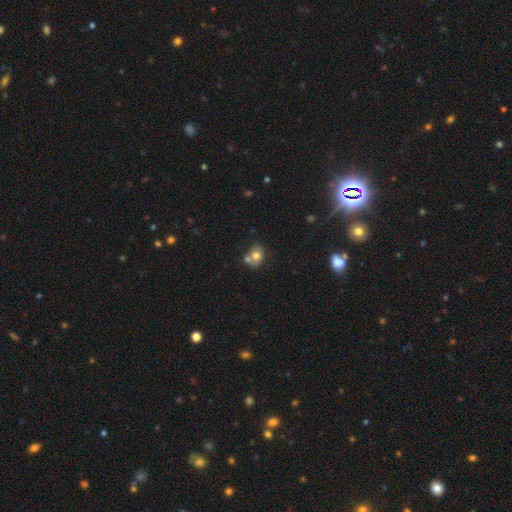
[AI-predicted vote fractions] Smooth or featured?
  - smooth: 69% *
  - featured or disk: 20%
  - star or artifact: 10%
How rounded?
  - round: 54% *
  - in between: 45%
  - cigar-shaped: 1%
Merging?
  - merger: 41% *
  - none: 37%
  - minor disturbance: 15%
  - major disturbance: 6%